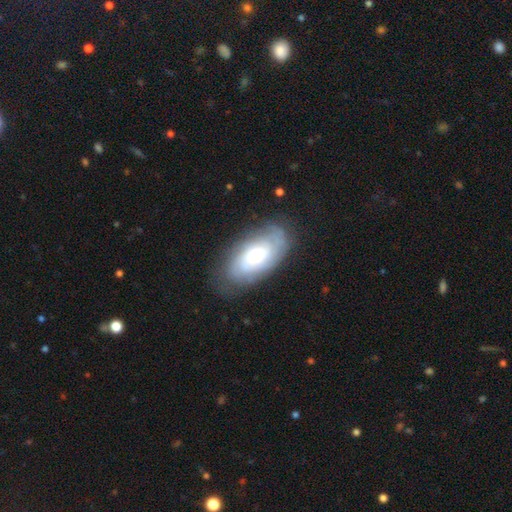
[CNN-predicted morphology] Smooth or featured?
  - featured or disk: 59% *
  - smooth: 33%
  - star or artifact: 8%
Edge-on disk?
  - no: 91% *
  - yes: 9%
Bar?
  - no: 76% *
  - weak: 20%
  - strong: 5%
Spiral arms?
  - yes: 79% *
  - no: 21%
Bulge size?
  - moderate: 51% *
  - small: 40%
  - large: 6%
  - dominant: 1%
  - none: 1%
Merging?
  - none: 78% *
  - minor disturbance: 16%
  - major disturbance: 5%
  - merger: 1%